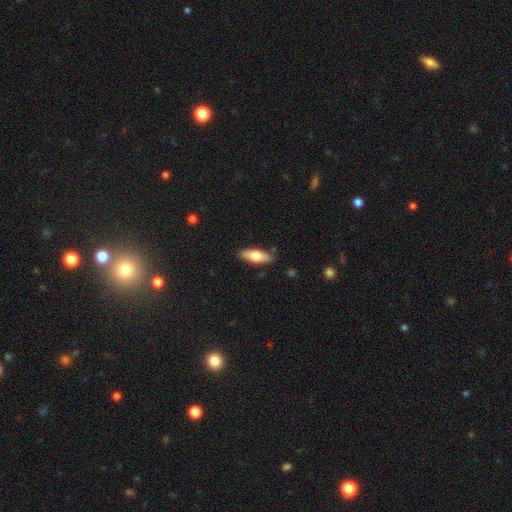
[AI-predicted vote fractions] Smooth or featured? Predicted: smooth (p=0.69). How rounded? Predicted: in between (p=0.62). Merging? Predicted: none (p=0.85).